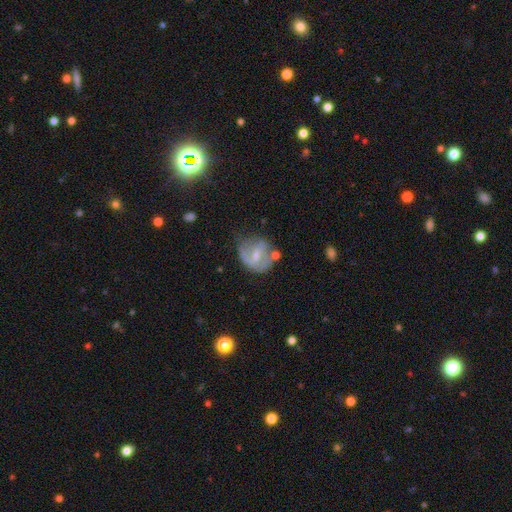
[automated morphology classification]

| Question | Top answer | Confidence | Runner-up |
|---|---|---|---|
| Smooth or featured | featured or disk | 68% | smooth (26%) |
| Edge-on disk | no | 97% | yes (3%) |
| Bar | weak | 51% | no (30%) |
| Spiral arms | yes | 82% | no (18%) |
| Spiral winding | medium | 43% | loose (35%) |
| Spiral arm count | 2 | 61% | 1 (16%) |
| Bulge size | small | 60% | moderate (33%) |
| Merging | none | 49% | minor disturbance (27%) |